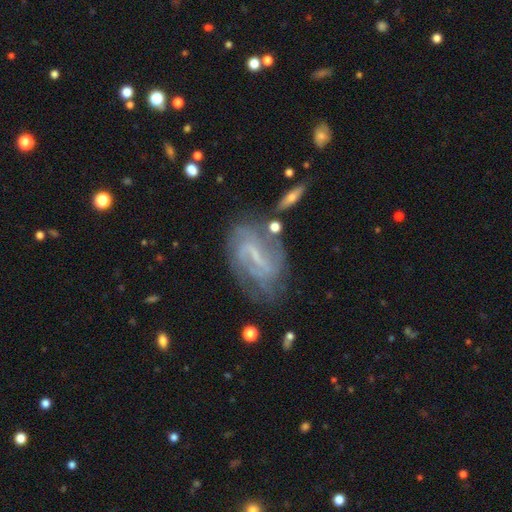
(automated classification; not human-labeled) Overall: featured or disk (79%). Edge-on disk: no (94%). Bar: strong (44%; weak 41%). Spiral arms: yes (87%). Spiral arm count: 2 (47%; can't tell 31%). Spiral winding: tight (39%, tied with medium). Bulge size: small (46%; none 38%). Merging: none (62%).